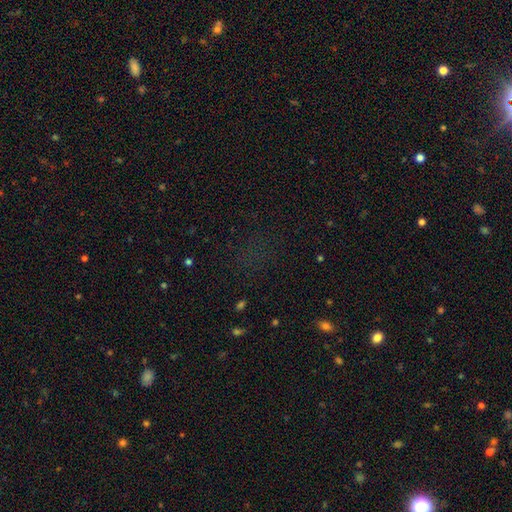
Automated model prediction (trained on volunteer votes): star or artifact 60%, smooth 28%, featured or disk 12%.